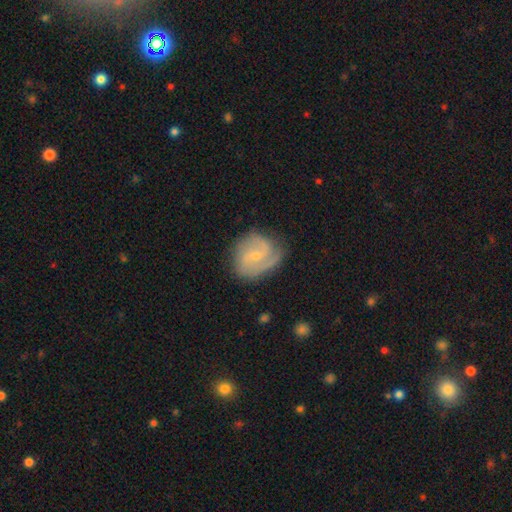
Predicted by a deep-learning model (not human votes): featured or disk 76%, smooth 18%, star or artifact 6%. Down the decision tree: edge-on disk — no (98%); bar — no (50%); spiral arms — yes (94%); spiral arm count — 2 (54%); spiral winding — medium (46%); bulge size — small (72%); merging — none (68%).